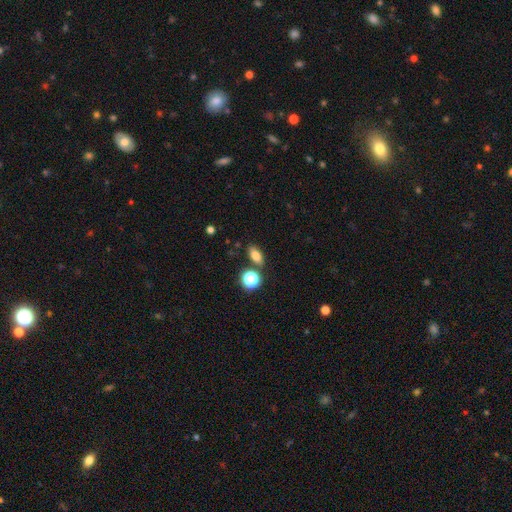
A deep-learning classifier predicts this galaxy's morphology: smooth_or_featured: smooth (p=0.77) [alt: star or artifact p=0.14]
how_rounded: in between (p=0.78) [alt: round p=0.15]
merging: none (p=0.79) [alt: minor disturbance p=0.10]